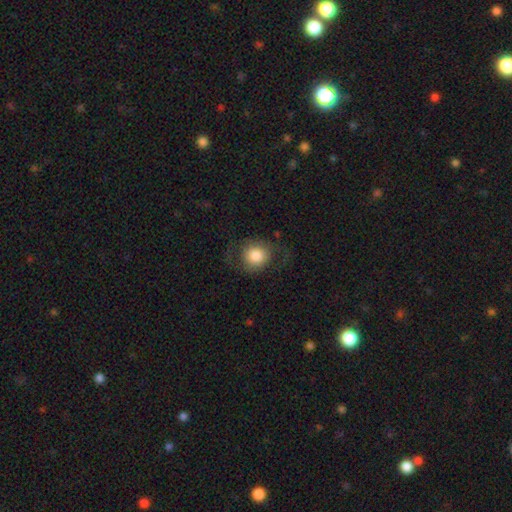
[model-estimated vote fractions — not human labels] Overall: smooth (68%). How rounded: round (81%). Merging: none (66%).